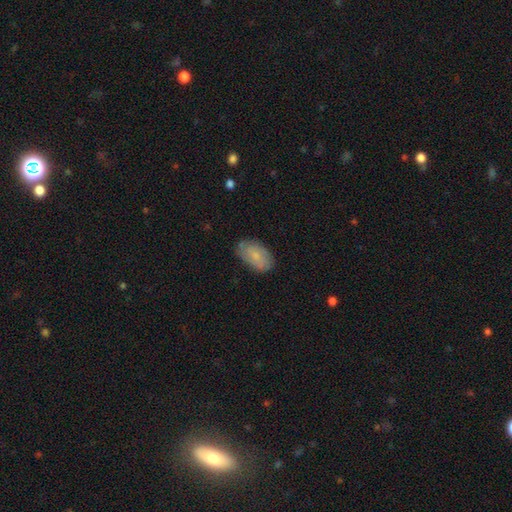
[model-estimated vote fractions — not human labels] smooth-or-featured: smooth: 64% | featured or disk: 29% | star or artifact: 7%
  how-rounded: in between: 93% | round: 5% | cigar-shaped: 2%
  merging: none: 75% | minor disturbance: 20% | major disturbance: 4% | merger: 1%